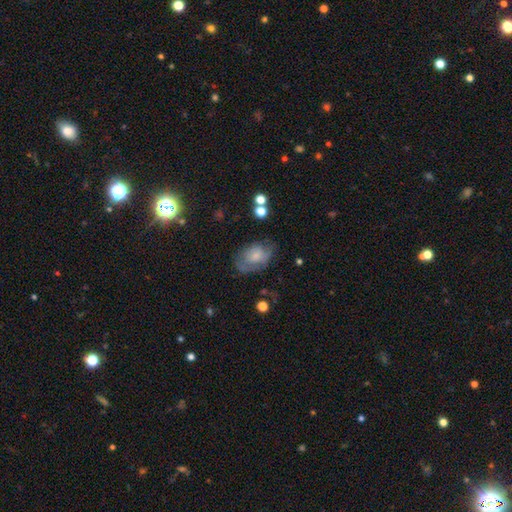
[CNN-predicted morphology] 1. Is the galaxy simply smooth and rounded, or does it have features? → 51% smooth, 40% featured or disk, 9% star or artifact.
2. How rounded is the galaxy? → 83% in between, 15% round, 2% cigar-shaped.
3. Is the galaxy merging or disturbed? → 54% none, 27% minor disturbance, 17% major disturbance, 2% merger.